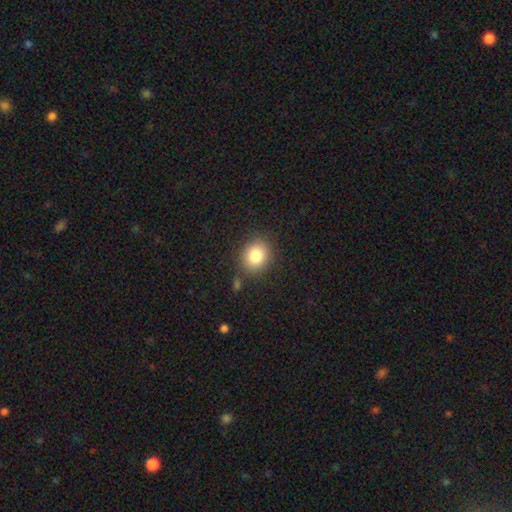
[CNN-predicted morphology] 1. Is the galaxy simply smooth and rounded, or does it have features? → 82% smooth, 10% star or artifact, 7% featured or disk.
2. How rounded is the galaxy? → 72% round, 27% in between, 1% cigar-shaped.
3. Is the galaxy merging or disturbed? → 85% none, 10% minor disturbance, 3% major disturbance, 3% merger.